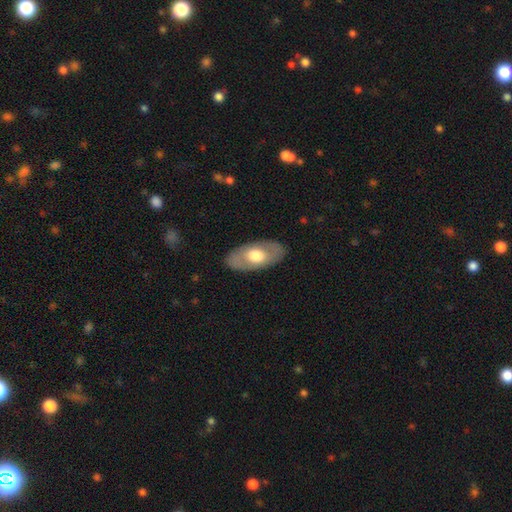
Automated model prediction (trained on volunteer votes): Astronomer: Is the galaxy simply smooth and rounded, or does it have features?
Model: smooth — 54% (runner-up: featured or disk, 41%).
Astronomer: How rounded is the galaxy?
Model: in between — 92%.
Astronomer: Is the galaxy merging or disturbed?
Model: none — 85%.